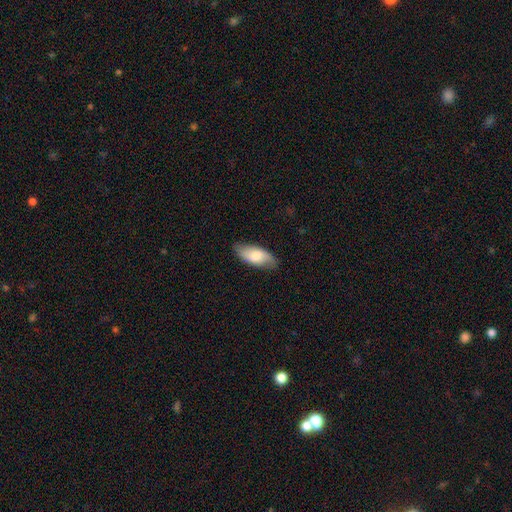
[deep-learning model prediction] smooth-or-featured: smooth: 70% | featured or disk: 24% | star or artifact: 6%
  how-rounded: in between: 86% | cigar-shaped: 12% | round: 2%
  merging: none: 81% | minor disturbance: 16% | major disturbance: 3% | merger: 1%